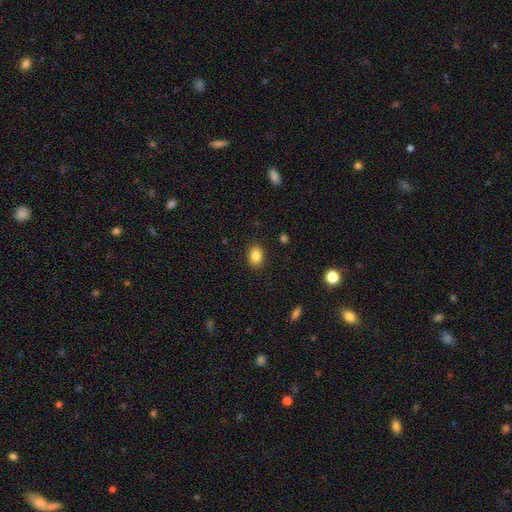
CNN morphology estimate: Q: Smooth or featured?
A: smooth (85%); runner-up: star or artifact (9%)
Q: How rounded?
A: in between (73%); runner-up: round (26%)
Q: Merging?
A: none (88%); runner-up: minor disturbance (8%)